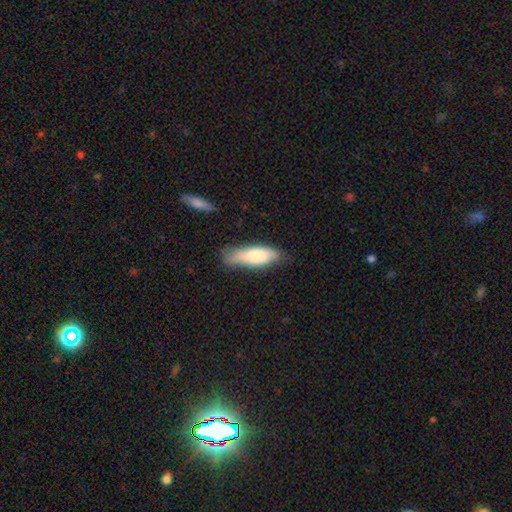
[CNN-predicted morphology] A smooth galaxy with no disk features (75%) that is in between round and cigar-shaped (60%).

Vote fractions:
- Smooth or featured? smooth: 75% / featured or disk: 19% / star or artifact: 6%
- How rounded? in between: 60% / cigar-shaped: 39% / round: 2%
- Merging? none: 55% / minor disturbance: 33% / major disturbance: 9% / merger: 3%